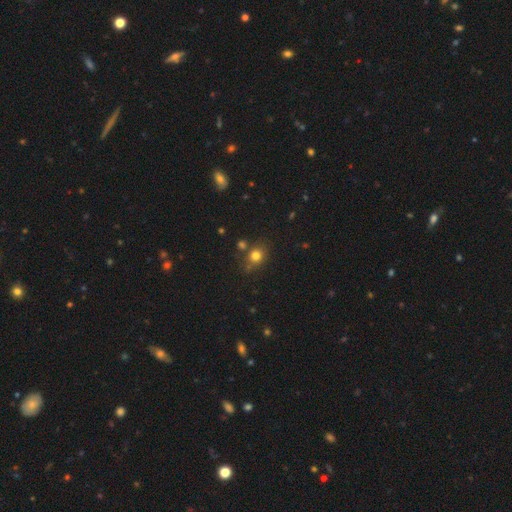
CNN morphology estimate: The model was most divided on "how rounded": round: 66%, in between: 33%, cigar-shaped: 1%. More confident: smooth or featured — smooth (78%); merging — none (73%).